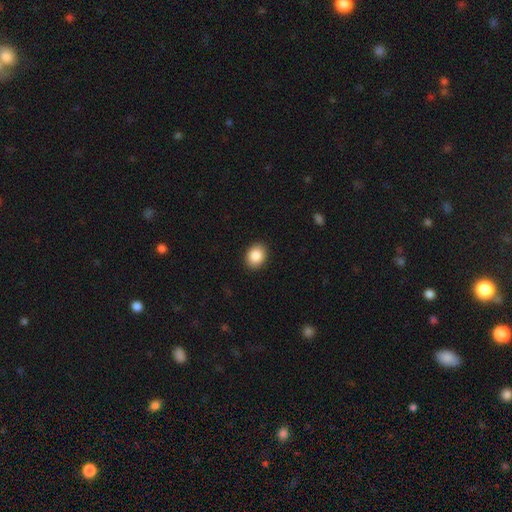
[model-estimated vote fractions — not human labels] Overall: smooth (88%). How rounded: in between (54%; round 45%). Merging: none (91%).